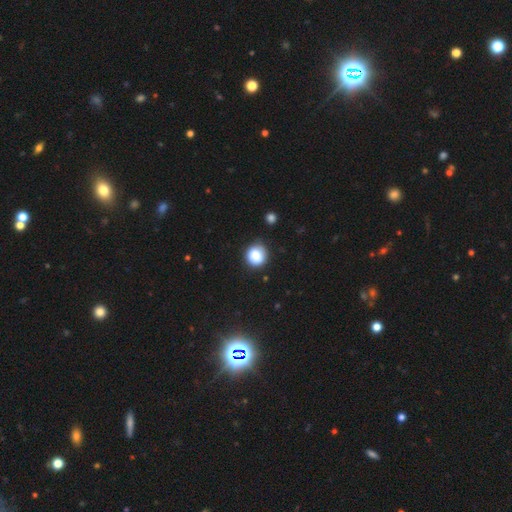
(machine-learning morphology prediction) Smooth or featured? smooth (84%)
How rounded? round (87%)
Merging? none (77%)